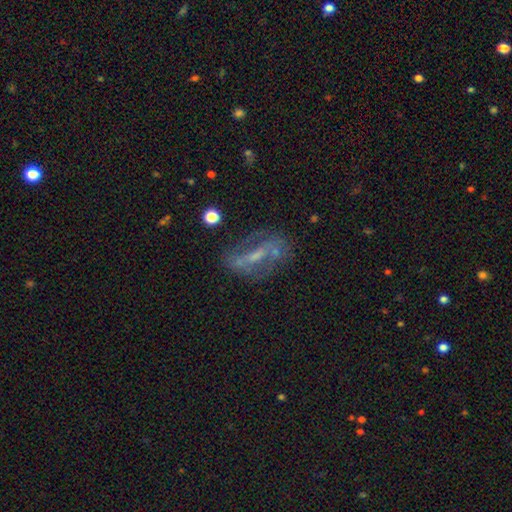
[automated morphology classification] Overall: featured or disk (66%). Edge-on disk: no (85%). Bar: strong (38%; weak 36%). Spiral arms: yes (64%; no 36%). Bulge size: small (48%; moderate 26%). Merging: none (58%; minor disturbance 19%).